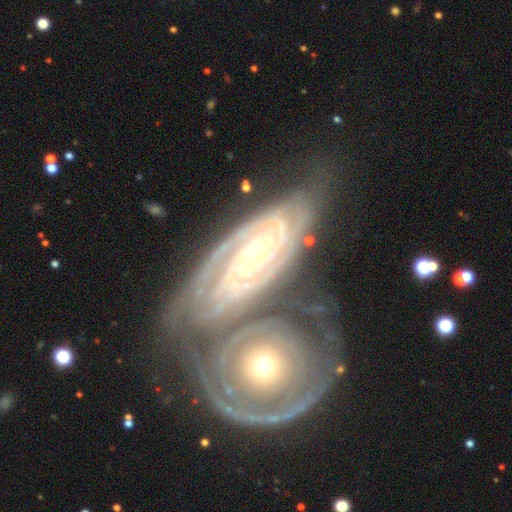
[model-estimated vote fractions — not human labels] Q: Smooth or featured?
A: featured or disk (90%); runner-up: smooth (5%)
Q: Edge-on disk?
A: no (94%); runner-up: yes (6%)
Q: Bar?
A: no (66%); runner-up: weak (21%)
Q: Spiral arms?
A: yes (98%); runner-up: no (2%)
Q: Spiral winding?
A: tight (81%); runner-up: medium (16%)
Q: Spiral arm count?
A: 2 (36%); runner-up: 3 (24%)
Q: Bulge size?
A: small (68%); runner-up: moderate (29%)
Q: Merging?
A: none (43%); runner-up: merger (34%)